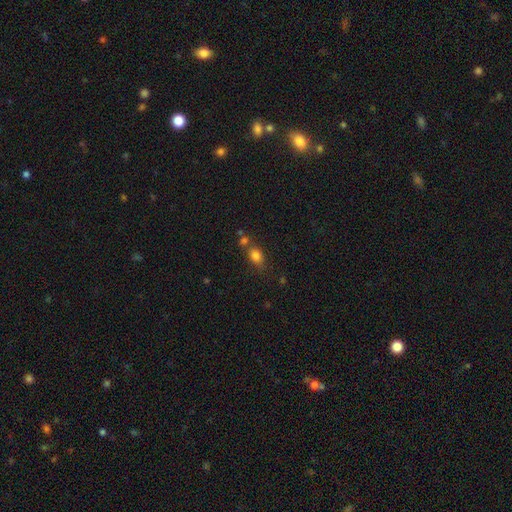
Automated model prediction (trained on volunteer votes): A smooth galaxy with no disk features (81%) that is in between round and cigar-shaped (65%). Merging: none (59%).